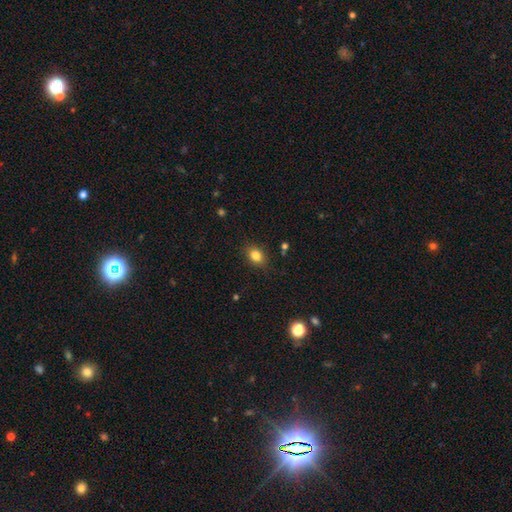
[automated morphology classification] Smooth or featured?
  - smooth: 83% *
  - star or artifact: 10%
  - featured or disk: 7%
How rounded?
  - in between: 67% *
  - round: 31%
  - cigar-shaped: 1%
Merging?
  - none: 84% *
  - minor disturbance: 11%
  - major disturbance: 3%
  - merger: 1%